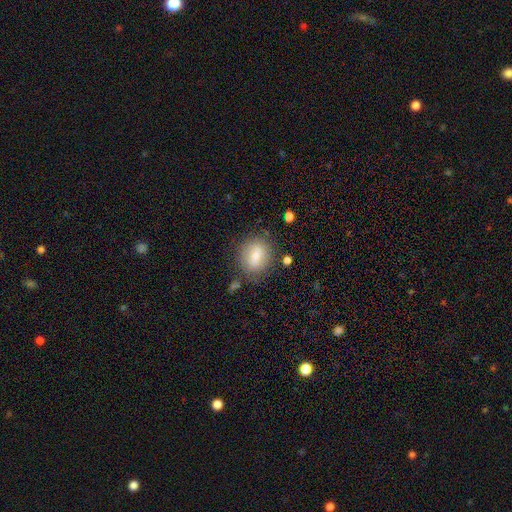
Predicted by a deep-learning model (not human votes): smooth-or-featured: smooth: 74% | featured or disk: 18% | star or artifact: 9%
  how-rounded: in between: 52% | round: 43% | cigar-shaped: 5%
  merging: none: 75% | minor disturbance: 15% | major disturbance: 6% | merger: 4%